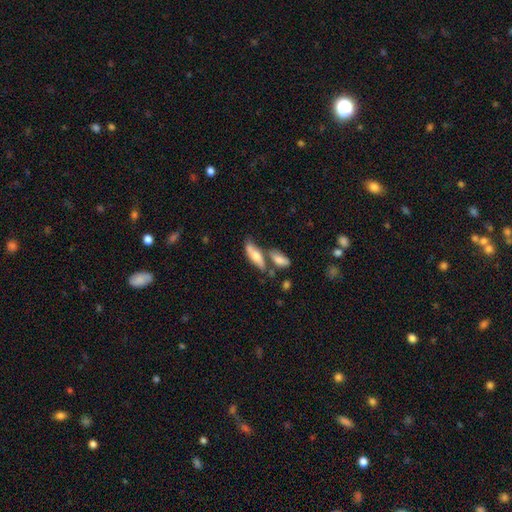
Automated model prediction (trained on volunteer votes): A smooth galaxy with no disk features (57%) that is in between round and cigar-shaped (51%). Merging: none (48%).